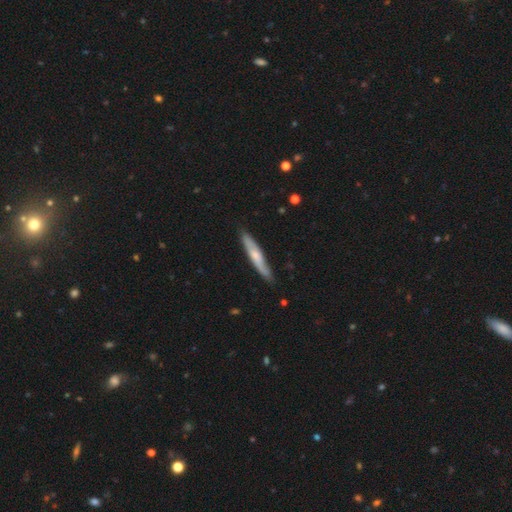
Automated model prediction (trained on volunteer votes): Morphology: type=smooth (49%); merging=none (80%).